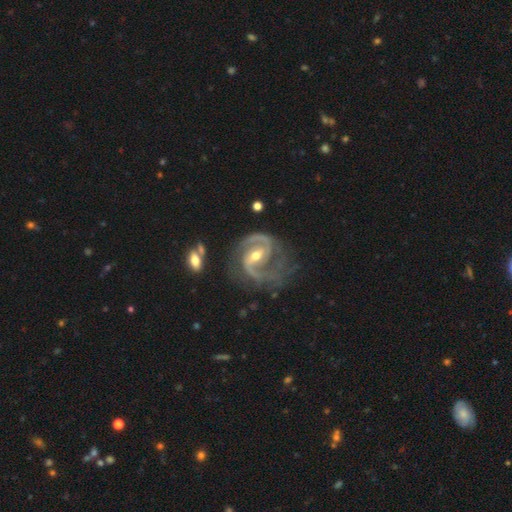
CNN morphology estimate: This is clearly a featured or disk galaxy (92%). It is clearly not viewed edge-on (98%). Bar: marginally weak (42%). Spiral arm pattern: clearly yes (98%). Spiral arm count: clearly 2 (90%). Spiral winding: likely medium (60%). Central bulge: possibly moderate (53%). Merging: possibly none (60%).